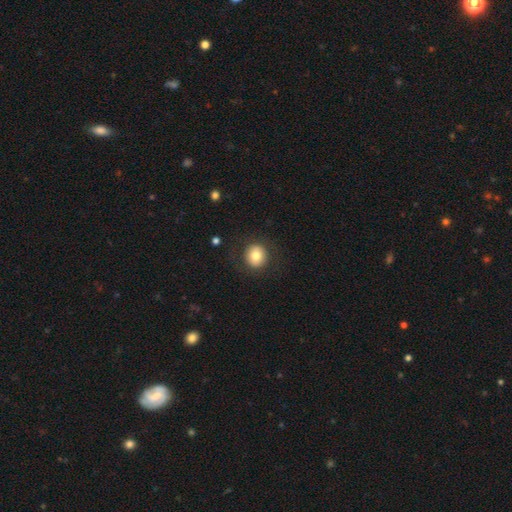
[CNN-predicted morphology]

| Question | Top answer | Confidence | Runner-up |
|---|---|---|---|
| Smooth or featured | smooth | 79% | featured or disk (12%) |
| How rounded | round | 88% | in between (11%) |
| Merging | none | 86% | minor disturbance (8%) |